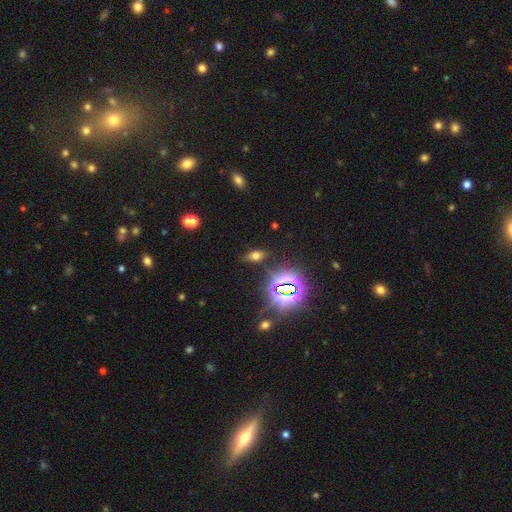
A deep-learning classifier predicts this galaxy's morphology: Overall: smooth (53%; star or artifact 35%). How rounded: in between (81%). Merging: none (82%).